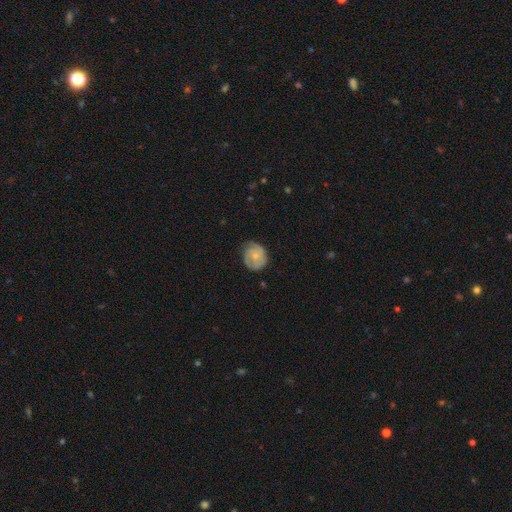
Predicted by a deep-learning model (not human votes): A smooth galaxy with no disk features (54%) that is round (73%).

Vote fractions:
- Smooth or featured? smooth: 54% / featured or disk: 39% / star or artifact: 7%
- How rounded? round: 73% / in between: 26% / cigar-shaped: 1%
- Merging? none: 63% / minor disturbance: 28% / major disturbance: 7% / merger: 1%